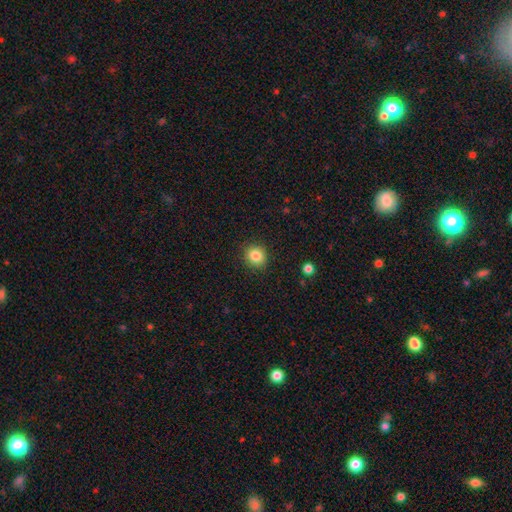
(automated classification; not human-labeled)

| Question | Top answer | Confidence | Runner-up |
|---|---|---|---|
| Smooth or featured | smooth | 84% | star or artifact (11%) |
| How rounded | round | 87% | in between (12%) |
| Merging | none | 89% | minor disturbance (7%) |